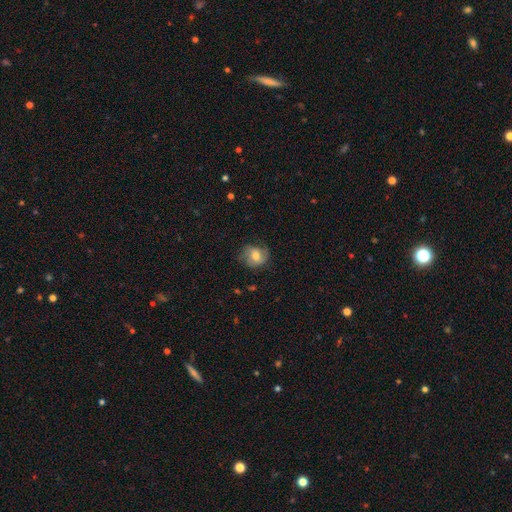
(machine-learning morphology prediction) Q: Smooth or featured?
A: smooth (56%); runner-up: featured or disk (35%)
Q: How rounded?
A: round (66%); runner-up: in between (33%)
Q: Merging?
A: none (64%); runner-up: minor disturbance (25%)